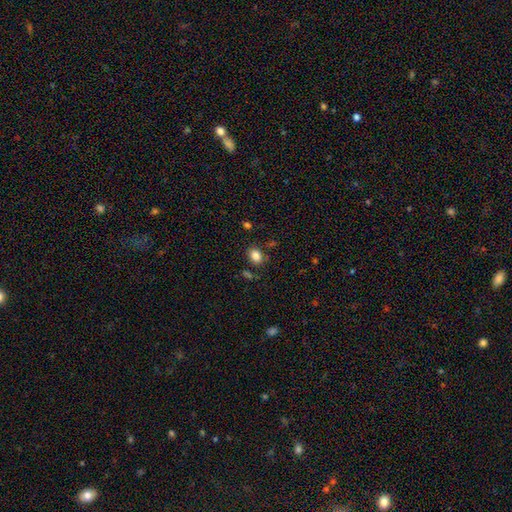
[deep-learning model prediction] Smooth or featured: smooth — 84% (star or artifact — 11%)
How rounded: in between — 61% (round — 38%)
Merging: none — 81% (minor disturbance — 11%)